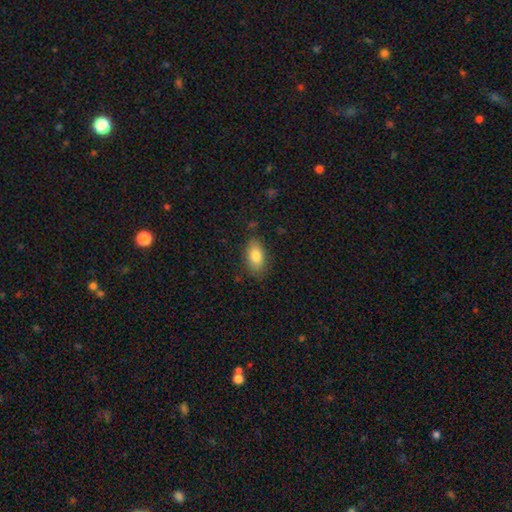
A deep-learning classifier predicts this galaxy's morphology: A smooth galaxy with no disk features (83%) that is in between round and cigar-shaped (91%).

Vote fractions:
- Smooth or featured? smooth: 83% / featured or disk: 10% / star or artifact: 7%
- How rounded? in between: 91% / round: 6% / cigar-shaped: 3%
- Merging? none: 81% / minor disturbance: 14% / major disturbance: 3% / merger: 1%